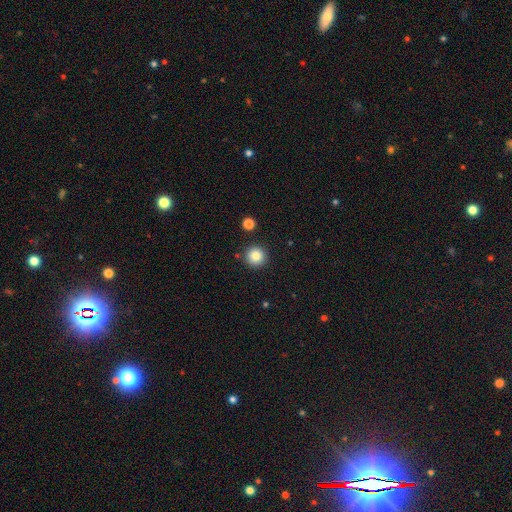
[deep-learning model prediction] Q: Smooth or featured?
A: smooth (82%); runner-up: star or artifact (11%)
Q: How rounded?
A: round (96%); runner-up: in between (3%)
Q: Merging?
A: none (90%); runner-up: minor disturbance (5%)